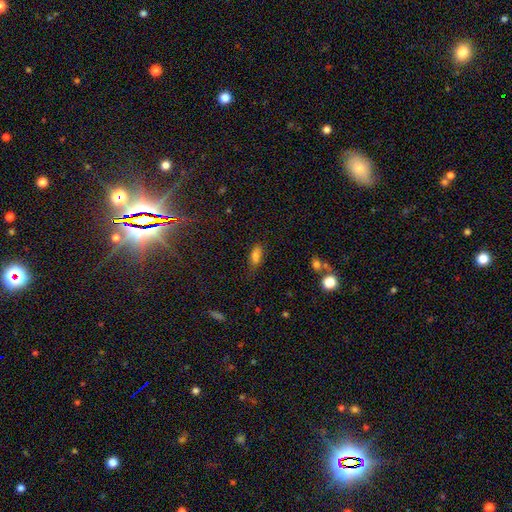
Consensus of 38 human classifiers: Smooth or featured: smooth — 84% (featured or disk — 11%)
How rounded: in between — 88% (cigar-shaped — 9%)
Merging: none — 69% (minor disturbance — 25%)